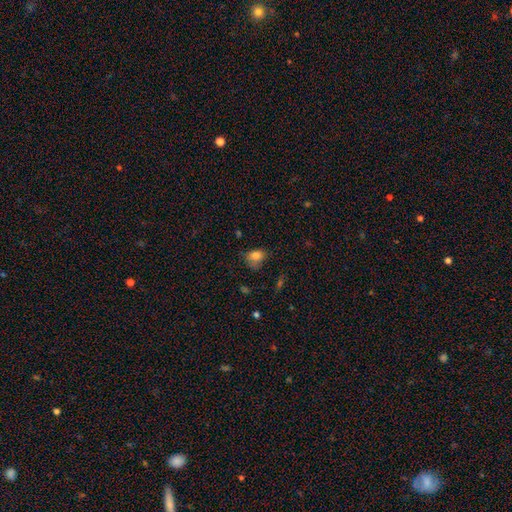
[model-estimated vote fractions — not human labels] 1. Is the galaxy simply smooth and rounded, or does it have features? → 80% smooth, 11% star or artifact, 8% featured or disk.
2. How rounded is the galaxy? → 58% in between, 40% round, 1% cigar-shaped.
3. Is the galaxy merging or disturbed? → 49% none, 34% minor disturbance, 14% major disturbance, 3% merger.